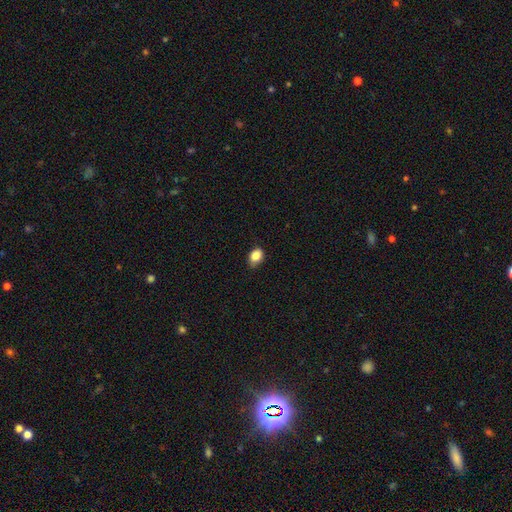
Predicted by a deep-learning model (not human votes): Overall: smooth (86%). How rounded: in between (68%; round 30%). Merging: none (67%; minor disturbance 28%).